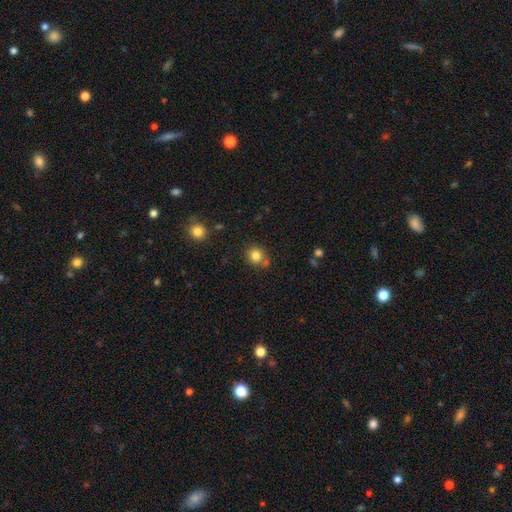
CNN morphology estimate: smooth 82%, star or artifact 12%, featured or disk 7%. Down the decision tree: how rounded — round (88%); merging — none (72%).